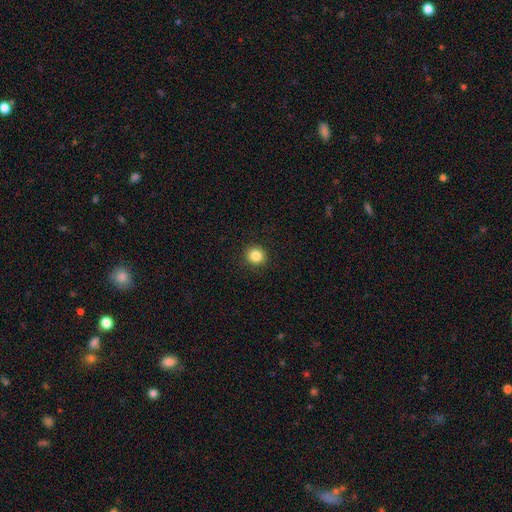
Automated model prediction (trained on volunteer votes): Smooth or featured: smooth — 85% (star or artifact — 11%)
How rounded: round — 90% (in between — 9%)
Merging: none — 91% (minor disturbance — 6%)